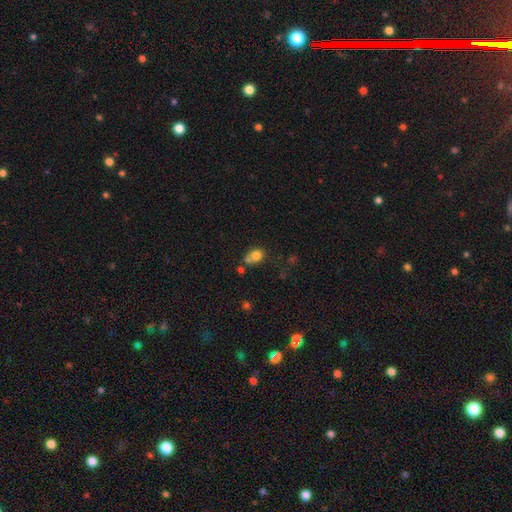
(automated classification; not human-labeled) Smooth or featured: smooth — 77% (star or artifact — 12%)
How rounded: round — 61% (in between — 38%)
Merging: none — 39% (merger — 38%)